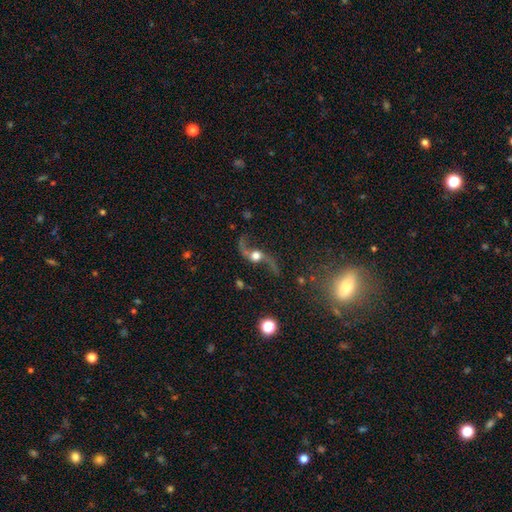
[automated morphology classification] Smooth or featured? Predicted: featured or disk (p=0.85). Edge-on disk? Predicted: no (p=0.92). Bar? Predicted: no (p=0.70). Spiral arms? Predicted: yes (p=0.95). Spiral winding? Predicted: loose (p=0.93). Spiral arm count? Predicted: 2 (p=0.94). Bulge size? Predicted: moderate (p=0.45). Merging? Predicted: none (p=0.69).